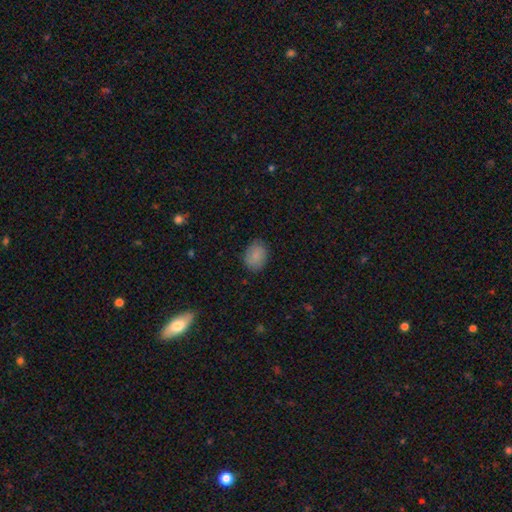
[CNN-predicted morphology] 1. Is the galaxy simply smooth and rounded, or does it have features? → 86% smooth, 8% star or artifact, 6% featured or disk.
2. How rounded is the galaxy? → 68% in between, 31% round, 1% cigar-shaped.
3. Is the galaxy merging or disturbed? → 81% none, 15% minor disturbance, 3% major disturbance, 1% merger.